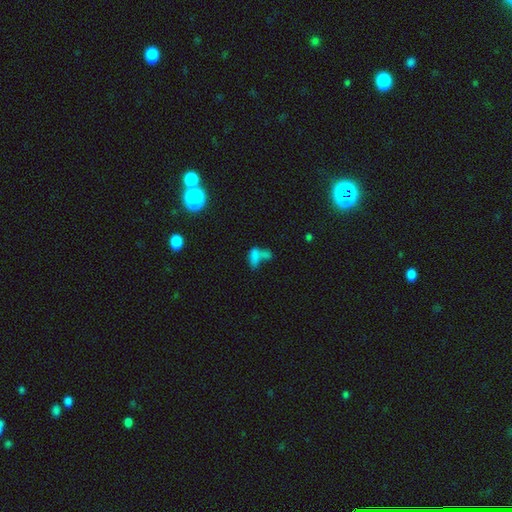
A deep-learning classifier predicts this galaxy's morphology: smooth 66%, star or artifact 18%, featured or disk 16%. Down the decision tree: how rounded — in between (79%); merging — merger (57%).